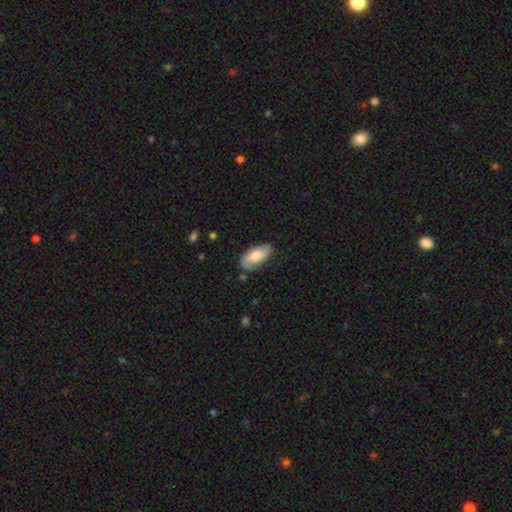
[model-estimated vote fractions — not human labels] A smooth galaxy with no disk features (55%) that is in between round and cigar-shaped (92%).

Vote fractions:
- Smooth or featured? smooth: 55% / featured or disk: 38% / star or artifact: 6%
- How rounded? in between: 92% / cigar-shaped: 5% / round: 3%
- Merging? none: 72% / minor disturbance: 21% / major disturbance: 5% / merger: 2%